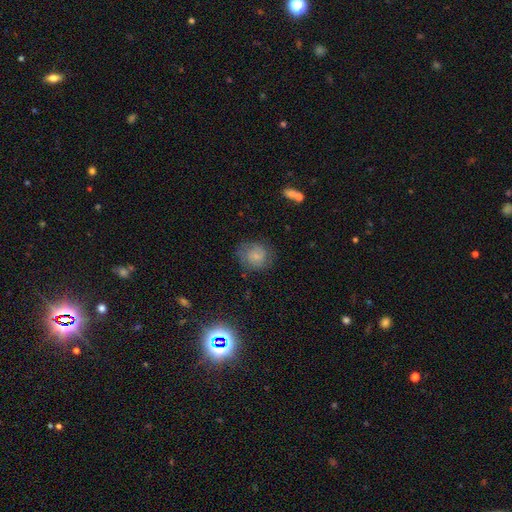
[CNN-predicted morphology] Overall: smooth (56%; featured or disk 34%). How rounded: round (77%). Merging: none (70%).